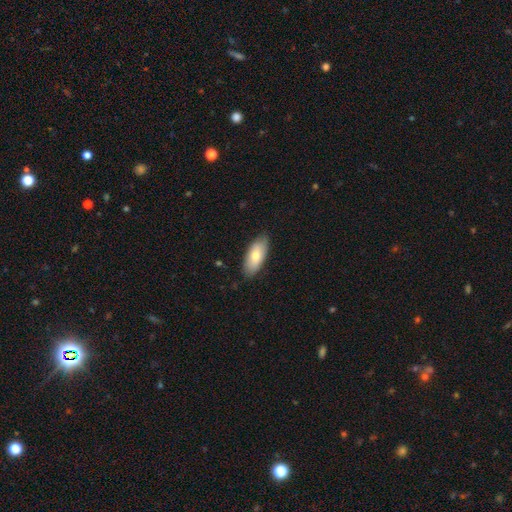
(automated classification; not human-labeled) The model was most divided on "smooth or featured": smooth: 71%, featured or disk: 23%, star or artifact: 6%. More confident: how rounded — in between (86%); merging — none (84%).